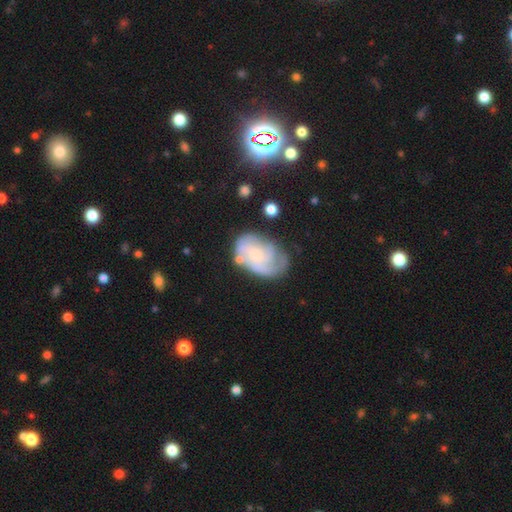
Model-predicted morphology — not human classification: Smooth or featured?
  - featured or disk: 68% *
  - smooth: 25%
  - star or artifact: 7%
Edge-on disk?
  - no: 97% *
  - yes: 3%
Bar?
  - no: 71% *
  - weak: 26%
  - strong: 3%
Spiral arms?
  - yes: 86% *
  - no: 14%
Spiral winding?
  - tight: 44% *
  - medium: 38%
  - loose: 18%
Spiral arm count?
  - can't tell: 38% *
  - 2: 25%
  - 3: 19%
  - 1: 10%
  - 4: 5%
  - more than 4: 4%
Bulge size?
  - small: 54% *
  - moderate: 25%
  - none: 16%
  - large: 3%
  - dominant: 1%
Merging?
  - none: 52% *
  - minor disturbance: 26%
  - major disturbance: 16%
  - merger: 6%